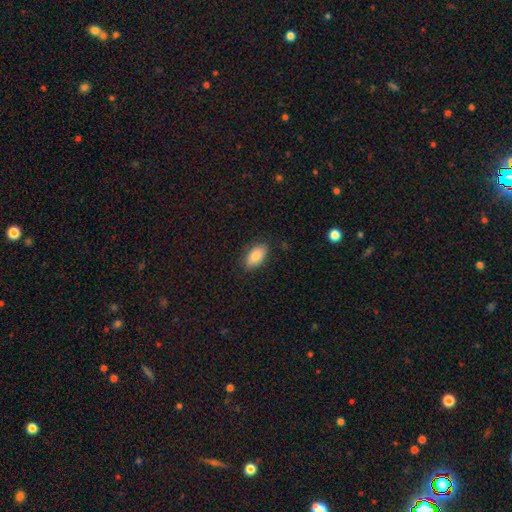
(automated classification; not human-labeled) smooth-or-featured: smooth: 83% | featured or disk: 9% | star or artifact: 7%
  how-rounded: in between: 93% | round: 4% | cigar-shaped: 3%
  merging: none: 85% | minor disturbance: 12% | major disturbance: 2% | merger: 1%